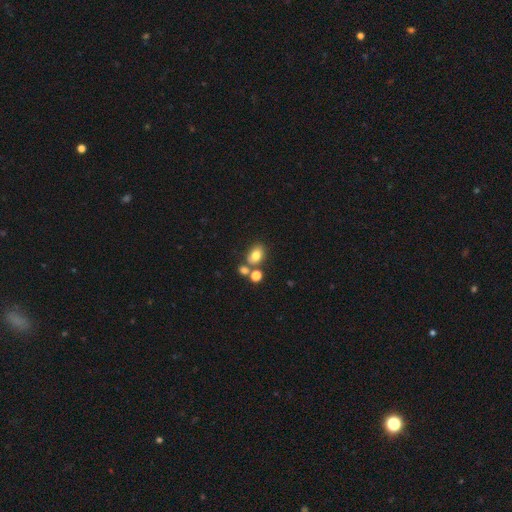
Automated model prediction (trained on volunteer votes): Q: Smooth or featured?
A: smooth (77%); runner-up: star or artifact (12%)
Q: How rounded?
A: in between (70%); runner-up: round (29%)
Q: Merging?
A: none (57%); runner-up: merger (27%)